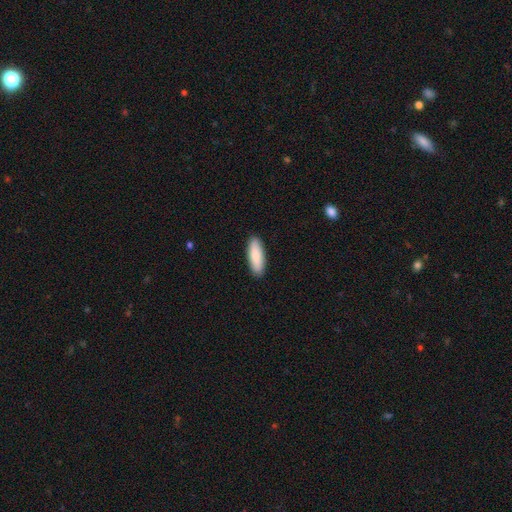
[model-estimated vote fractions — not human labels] smooth-or-featured: smooth: 84% | featured or disk: 10% | star or artifact: 5%
  how-rounded: in between: 57% | cigar-shaped: 42% | round: 2%
  merging: none: 90% | minor disturbance: 7% | major disturbance: 1% | merger: 1%